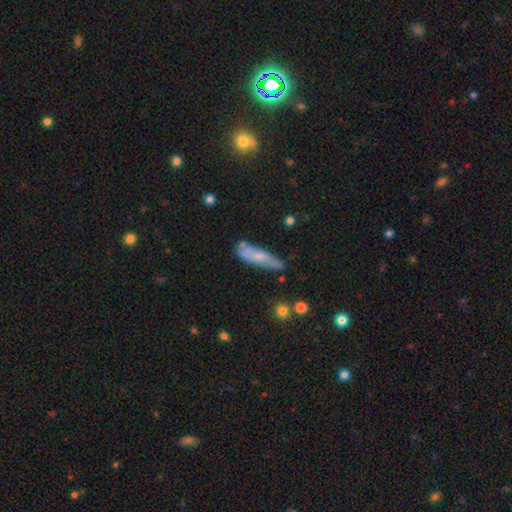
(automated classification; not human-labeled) Smooth or featured?
  - smooth: 63% *
  - featured or disk: 31%
  - star or artifact: 7%
How rounded?
  - cigar-shaped: 62% *
  - in between: 36%
  - round: 2%
Merging?
  - none: 50% *
  - minor disturbance: 29%
  - merger: 11%
  - major disturbance: 10%